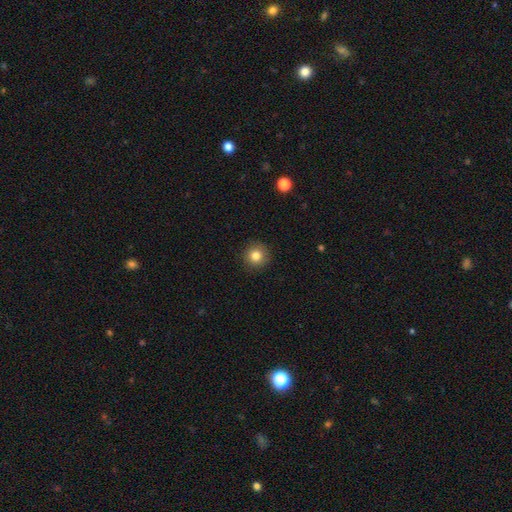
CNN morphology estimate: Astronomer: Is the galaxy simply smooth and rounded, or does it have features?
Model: smooth — 82%.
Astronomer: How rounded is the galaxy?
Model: round — 94%.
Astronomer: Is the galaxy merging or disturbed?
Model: none — 91%.